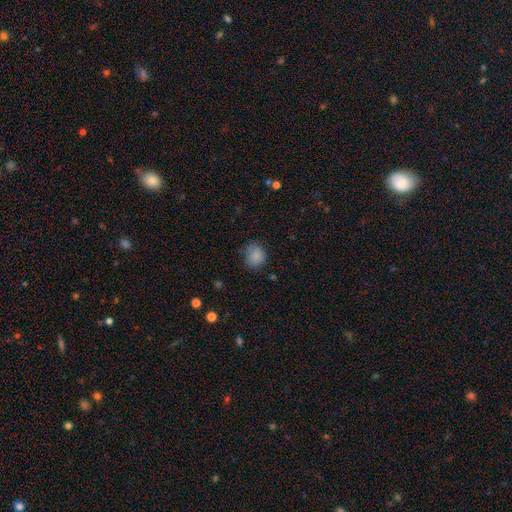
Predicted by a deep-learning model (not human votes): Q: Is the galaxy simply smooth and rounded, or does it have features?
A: smooth — 83%.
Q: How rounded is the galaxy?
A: round — 64%.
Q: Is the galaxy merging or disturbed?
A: none — 70%.